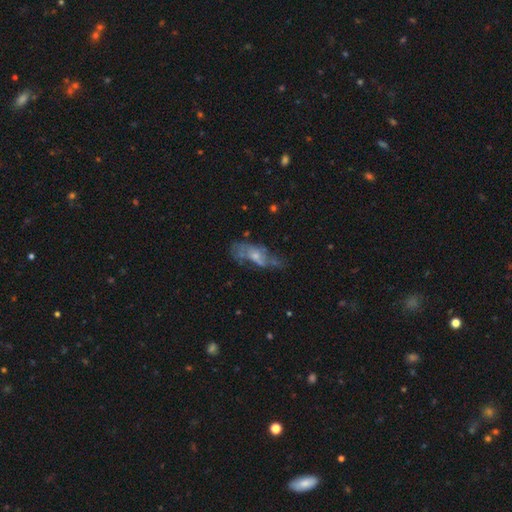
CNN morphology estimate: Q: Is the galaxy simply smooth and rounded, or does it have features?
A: featured or disk — 58%.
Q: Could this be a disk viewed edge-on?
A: no — 88%.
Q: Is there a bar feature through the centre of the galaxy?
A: no — 74%.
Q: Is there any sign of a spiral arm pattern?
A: no — 51%.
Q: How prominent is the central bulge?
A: small — 49%.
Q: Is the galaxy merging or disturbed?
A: none — 41%.